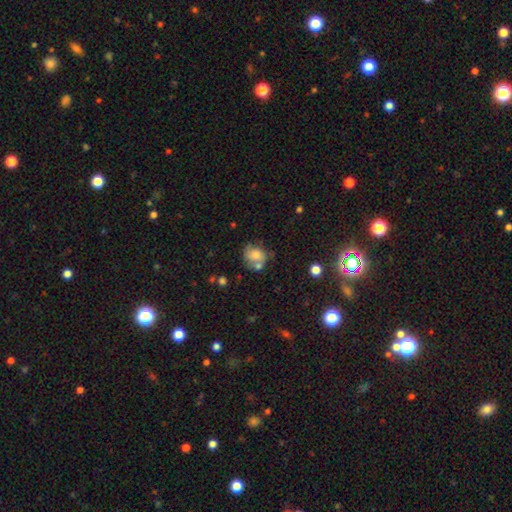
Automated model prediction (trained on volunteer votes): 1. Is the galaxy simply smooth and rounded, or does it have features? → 58% smooth, 31% featured or disk, 10% star or artifact.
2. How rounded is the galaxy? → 66% round, 33% in between, 1% cigar-shaped.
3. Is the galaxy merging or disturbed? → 42% none, 24% minor disturbance, 23% merger, 12% major disturbance.